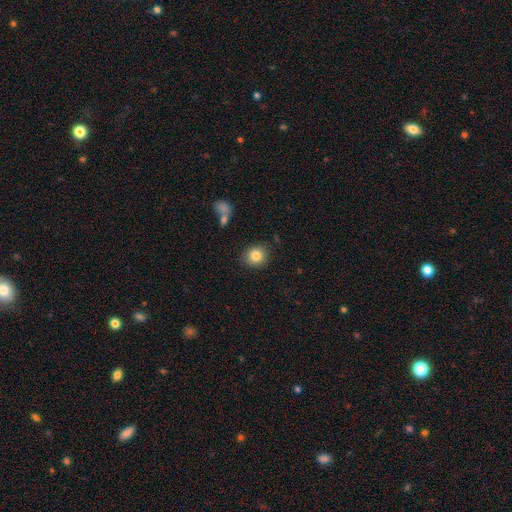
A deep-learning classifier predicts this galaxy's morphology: Smooth or featured? smooth (83%)
How rounded? round (80%)
Merging? none (86%)